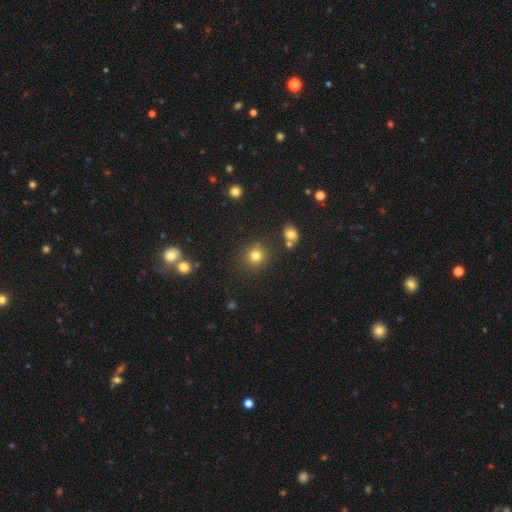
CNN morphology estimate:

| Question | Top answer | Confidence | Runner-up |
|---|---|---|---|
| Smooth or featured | smooth | 78% | star or artifact (15%) |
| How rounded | round | 89% | in between (10%) |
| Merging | none | 85% | minor disturbance (8%) |